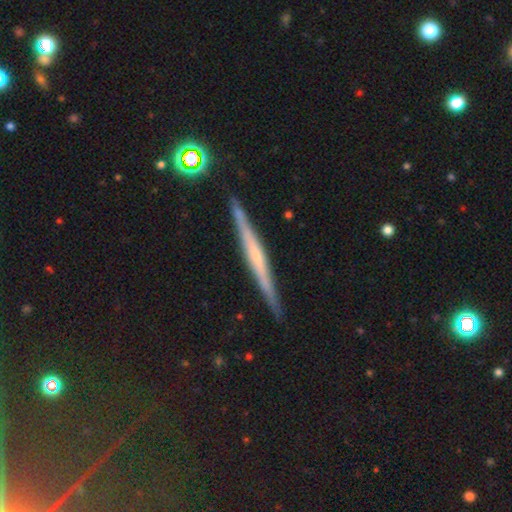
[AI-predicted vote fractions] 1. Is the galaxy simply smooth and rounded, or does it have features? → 69% featured or disk, 23% smooth, 7% star or artifact.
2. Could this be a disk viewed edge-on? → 98% yes, 2% no.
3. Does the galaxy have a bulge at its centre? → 55% none, 29% rounded, 16% boxy.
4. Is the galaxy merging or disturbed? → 90% none, 7% minor disturbance, 1% major disturbance, 1% merger.